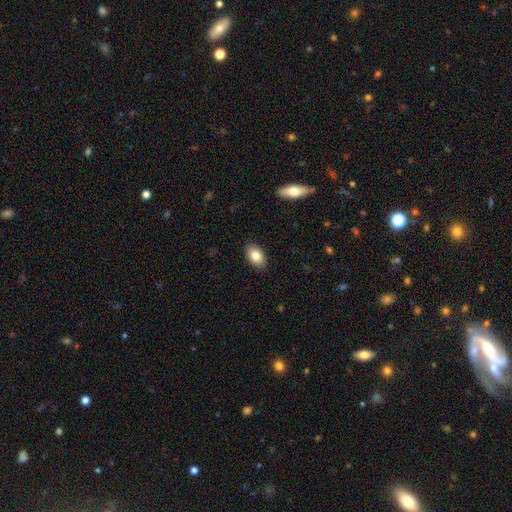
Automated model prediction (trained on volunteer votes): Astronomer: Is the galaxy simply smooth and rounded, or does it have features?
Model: smooth — 82%.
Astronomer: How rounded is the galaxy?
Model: in between — 90%.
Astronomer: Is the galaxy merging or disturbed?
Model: none — 89%.